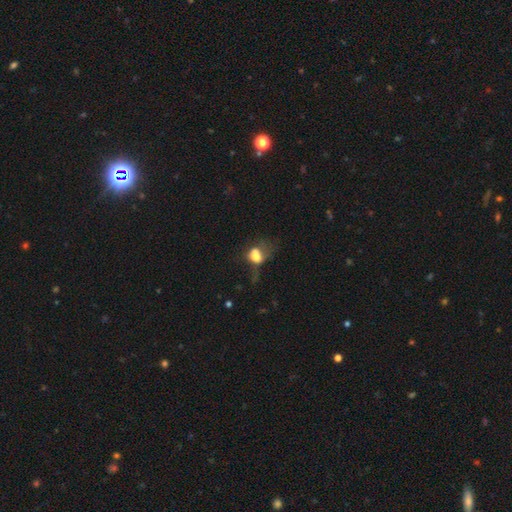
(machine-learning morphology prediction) Smooth or featured? Predicted: smooth (p=0.64). How rounded? Predicted: in between (p=0.67). Merging? Predicted: major disturbance (p=0.48).